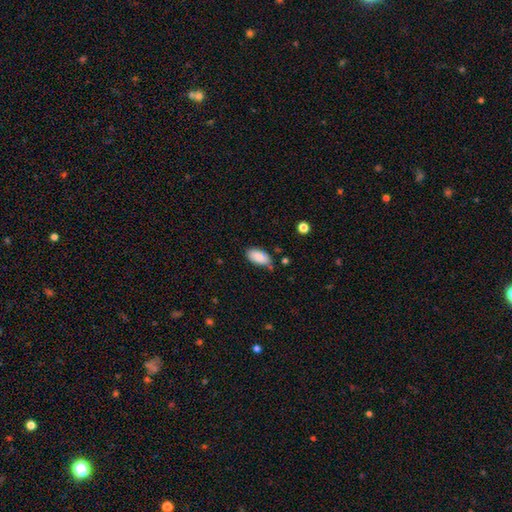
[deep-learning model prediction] The model was most divided on "merging": none: 65%, minor disturbance: 27%, major disturbance: 5%, merger: 4%. More confident: how rounded — in between (94%); smooth or featured — smooth (87%).